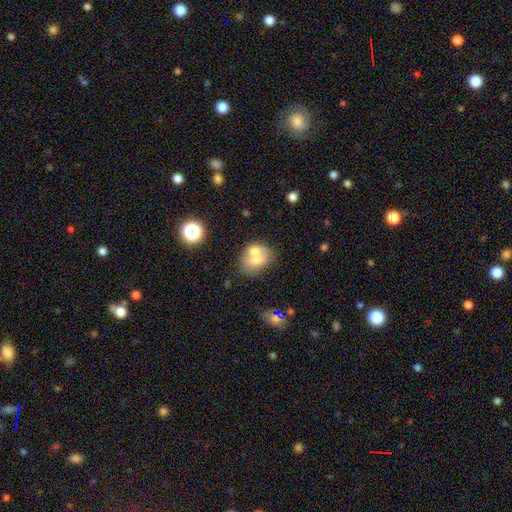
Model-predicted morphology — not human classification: Smooth or featured: smooth — 60% (featured or disk — 29%)
How rounded: in between — 53% (round — 46%)
Merging: merger — 53% (none — 31%)